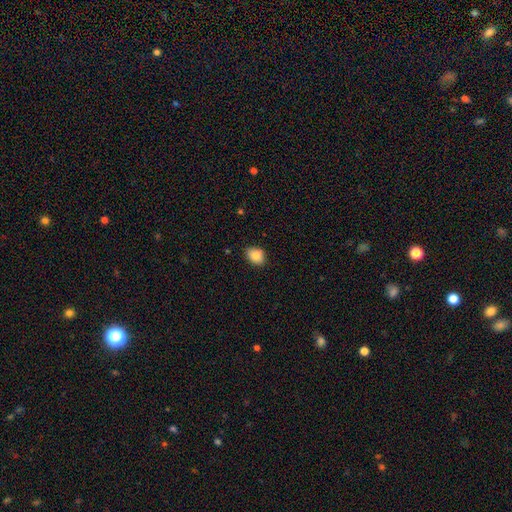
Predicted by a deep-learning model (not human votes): Smooth or featured?
  - smooth: 87% *
  - star or artifact: 8%
  - featured or disk: 5%
How rounded?
  - in between: 64% *
  - round: 35%
  - cigar-shaped: 1%
Merging?
  - none: 80% *
  - minor disturbance: 16%
  - major disturbance: 2%
  - merger: 1%